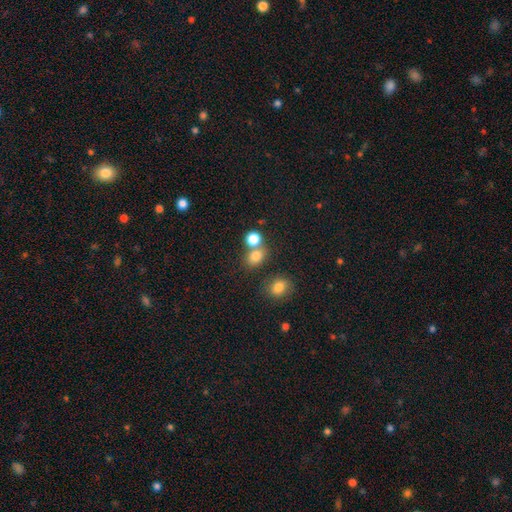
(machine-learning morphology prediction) This is likely a smooth galaxy (79%). How rounded: possibly round (59%). Merging: possibly none (54%).